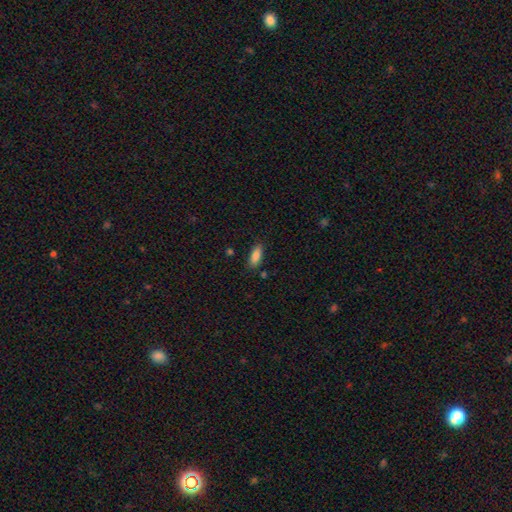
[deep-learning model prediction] This is clearly a smooth galaxy (87%). How rounded: likely in between (75%). Merging: clearly none (84%).